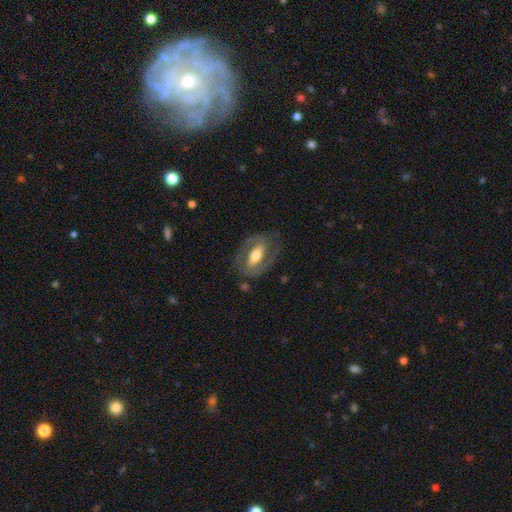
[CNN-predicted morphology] A featured or disk galaxy (66%) with a strong bar (49%), no spiral arms (51%) and a moderate central bulge (62%). Merging: none (71%).